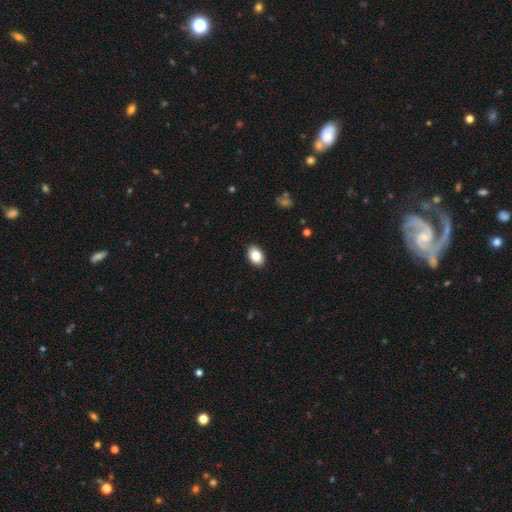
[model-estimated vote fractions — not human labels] The model was most divided on "how rounded": in between: 84%, round: 15%, cigar-shaped: 1%. More confident: merging — none (90%); smooth or featured — smooth (85%).